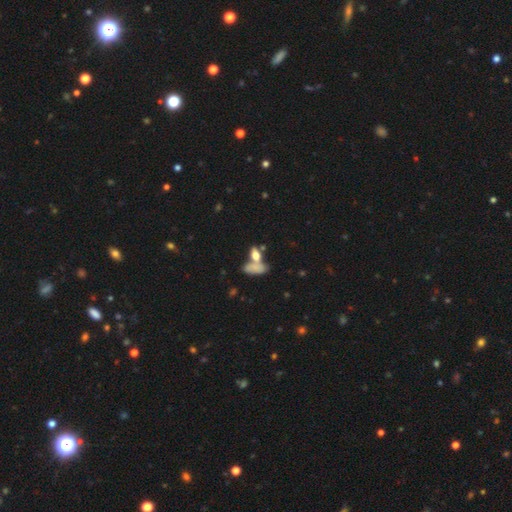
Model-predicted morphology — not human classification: The model was most divided on "merging": merger: 42%, none: 37%, minor disturbance: 13%, major disturbance: 8%. More confident: smooth or featured — smooth (70%); how rounded — in between (69%).